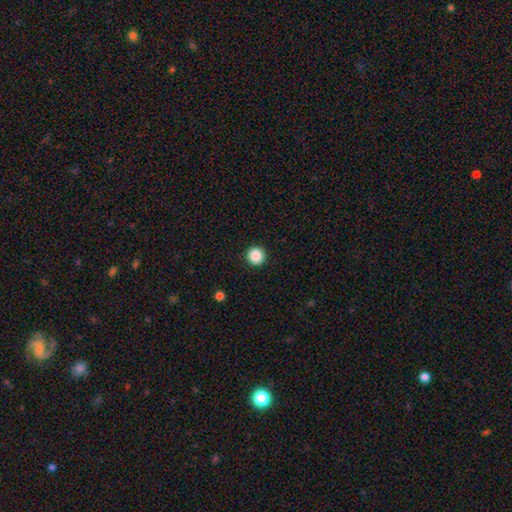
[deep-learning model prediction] A smooth galaxy with no disk features (88%) that is round (95%). Merging: none (93%).